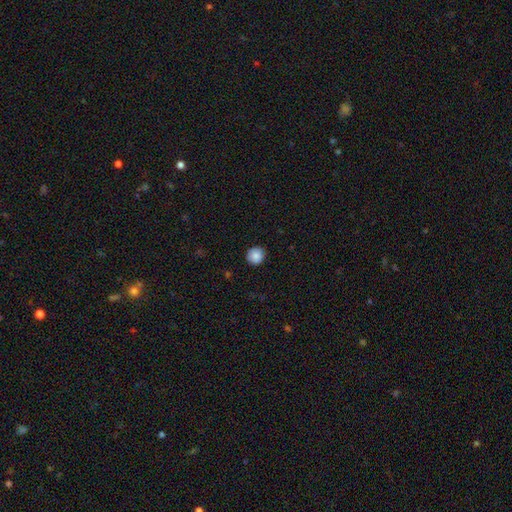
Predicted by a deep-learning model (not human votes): This is clearly a smooth galaxy (86%). How rounded: clearly round (94%). Merging: clearly none (89%).